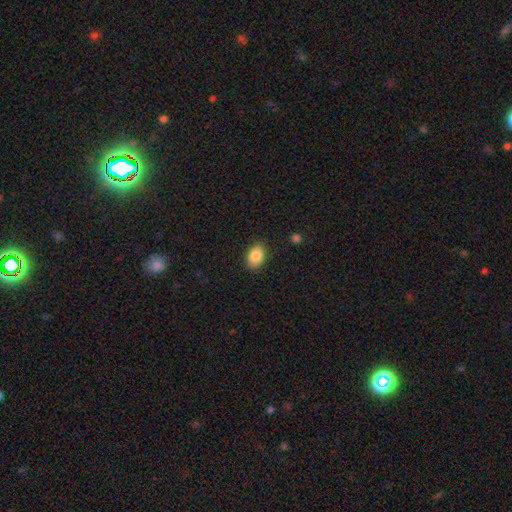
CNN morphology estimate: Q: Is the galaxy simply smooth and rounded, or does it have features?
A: smooth — 87%.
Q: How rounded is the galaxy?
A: in between — 85%.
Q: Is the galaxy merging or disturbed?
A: none — 88%.